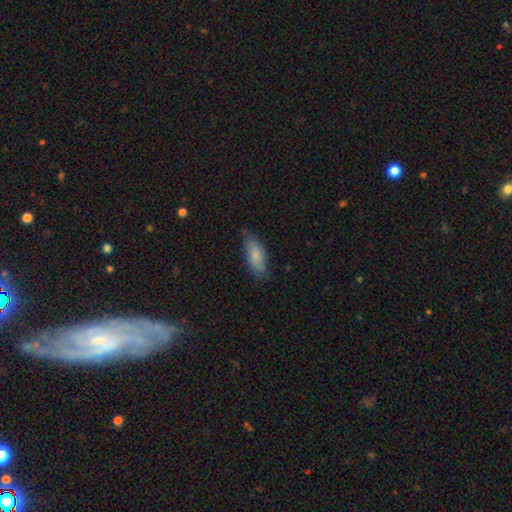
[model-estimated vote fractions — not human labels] A smooth galaxy with no disk features (80%) that is in between round and cigar-shaped (79%). Merging: none (75%).